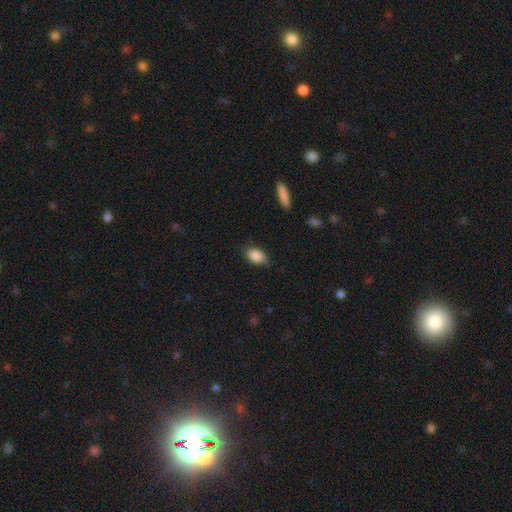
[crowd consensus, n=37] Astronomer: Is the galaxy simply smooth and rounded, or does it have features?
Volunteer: smooth — 97%.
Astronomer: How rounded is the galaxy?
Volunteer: in between — 94%.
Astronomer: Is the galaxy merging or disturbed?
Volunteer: none — 72%.